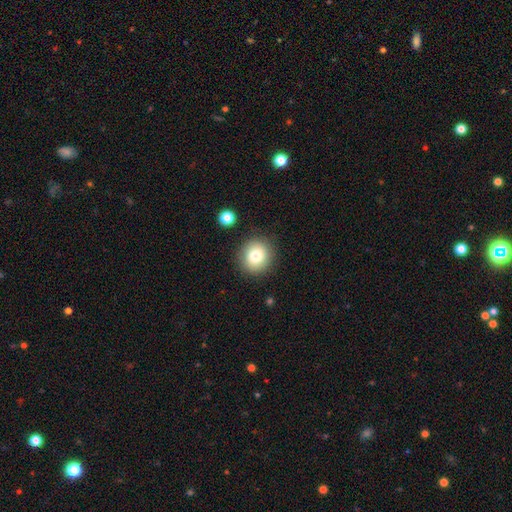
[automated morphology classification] Smooth or featured: smooth — 79% (featured or disk — 11%)
How rounded: round — 85% (in between — 14%)
Merging: none — 87% (minor disturbance — 8%)